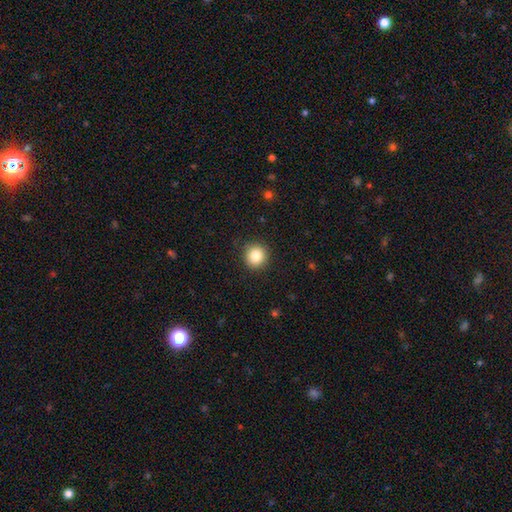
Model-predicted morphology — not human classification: type=smooth (84%); roundness=round (92%); merging=none (90%).